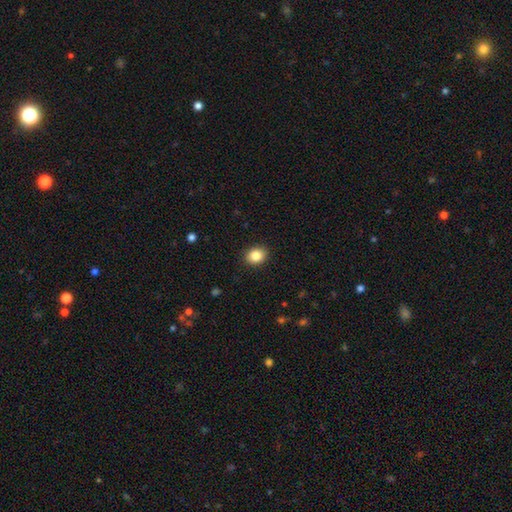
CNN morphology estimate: smooth-or-featured: smooth: 85% | star or artifact: 9% | featured or disk: 6%
  how-rounded: round: 57% | in between: 42% | cigar-shaped: 1%
  merging: none: 90% | minor disturbance: 7% | major disturbance: 2% | merger: 1%